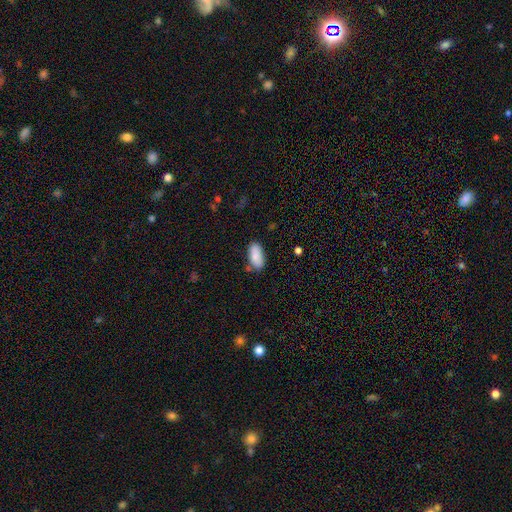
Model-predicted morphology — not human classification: Smooth or featured? Predicted: smooth (p=0.87). How rounded? Predicted: in between (p=0.91). Merging? Predicted: none (p=0.77).